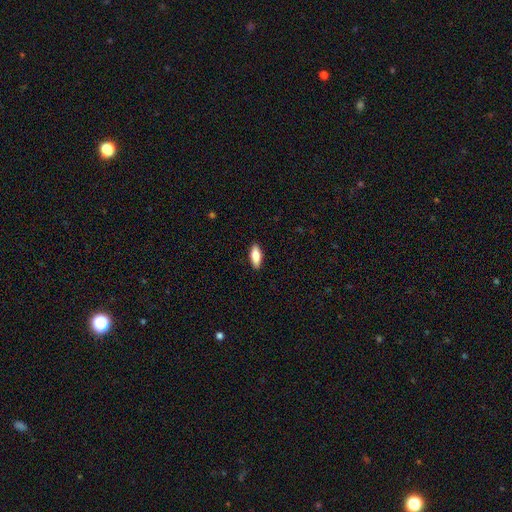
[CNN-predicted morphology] Smooth or featured?
  - smooth: 83% *
  - featured or disk: 11%
  - star or artifact: 6%
How rounded?
  - in between: 75% *
  - cigar-shaped: 23%
  - round: 2%
Merging?
  - none: 89% *
  - minor disturbance: 8%
  - major disturbance: 2%
  - merger: 1%